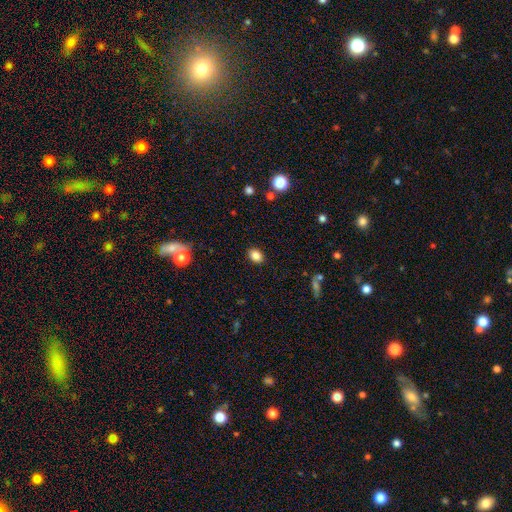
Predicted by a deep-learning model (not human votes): smooth_or_featured: smooth (p=0.85) [alt: star or artifact p=0.11]
how_rounded: in between (p=0.68) [alt: round p=0.31]
merging: none (p=0.89) [alt: minor disturbance p=0.08]